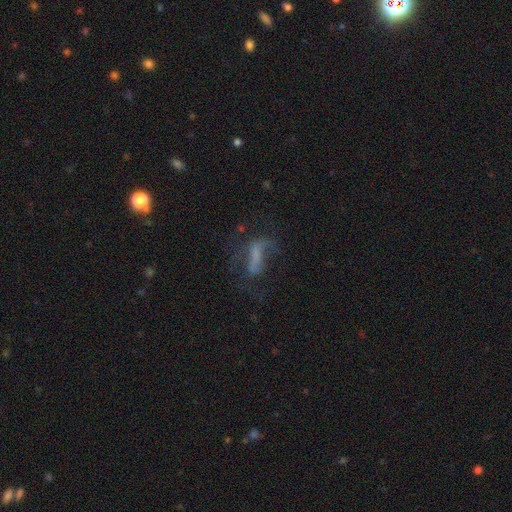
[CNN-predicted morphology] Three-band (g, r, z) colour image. It shows a featured or disk galaxy (47%). Merging: major disturbance (40%).